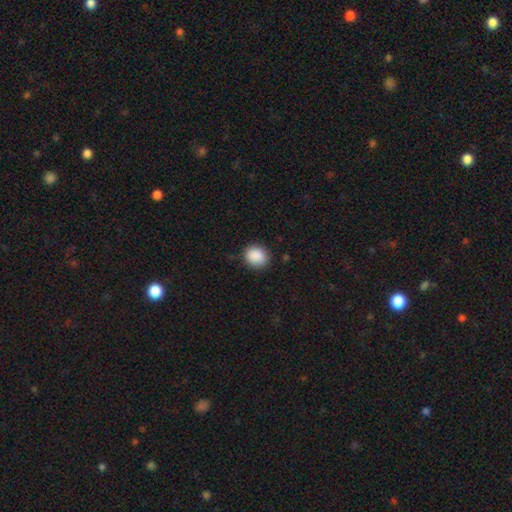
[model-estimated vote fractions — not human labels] Overall: smooth (89%). How rounded: round (73%). Merging: none (86%).